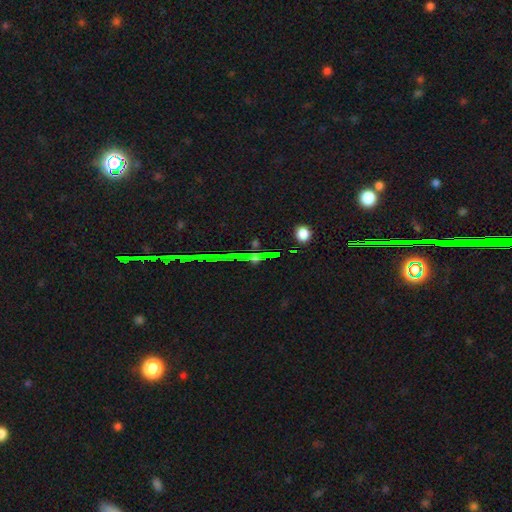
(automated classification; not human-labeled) smooth-or-featured: star or artifact: 62% | smooth: 19% | featured or disk: 19%